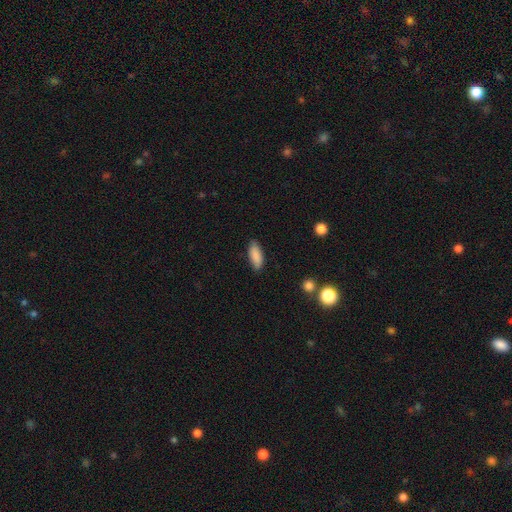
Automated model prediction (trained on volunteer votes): smooth_or_featured: smooth (p=0.87) [alt: star or artifact p=0.06]
how_rounded: in between (p=0.75) [alt: cigar-shaped p=0.23]
merging: none (p=0.83) [alt: minor disturbance p=0.14]